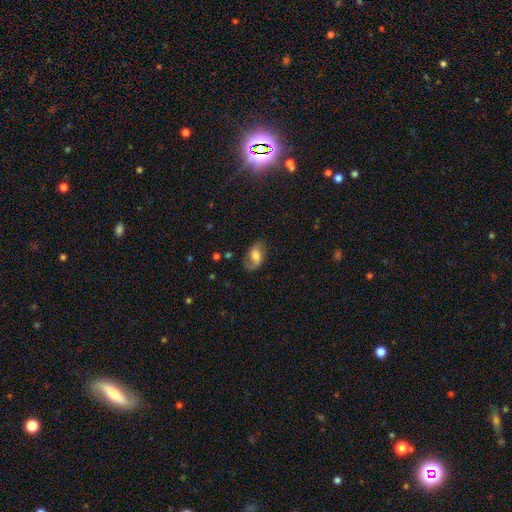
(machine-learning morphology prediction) This is possibly a featured or disk galaxy (56%). It is clearly not viewed edge-on (96%). Bar: marginally no (44%). Spiral arm pattern: clearly yes (87%). Central bulge: possibly moderate (45%). Merging: likely none (65%).